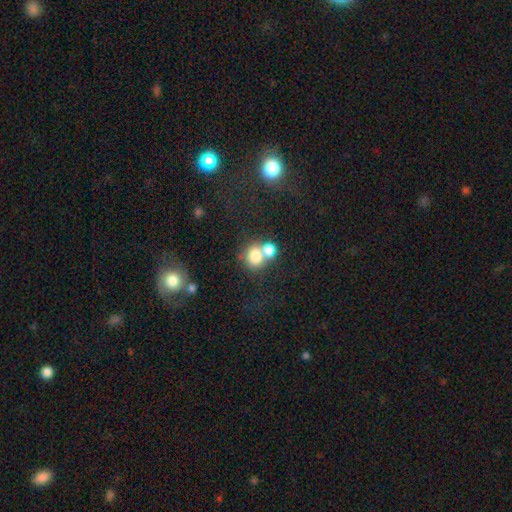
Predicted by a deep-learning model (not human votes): The model was most divided on "merging": merger: 54%, none: 34%, minor disturbance: 8%, major disturbance: 4%. More confident: smooth or featured — smooth (76%); how rounded — round (69%).